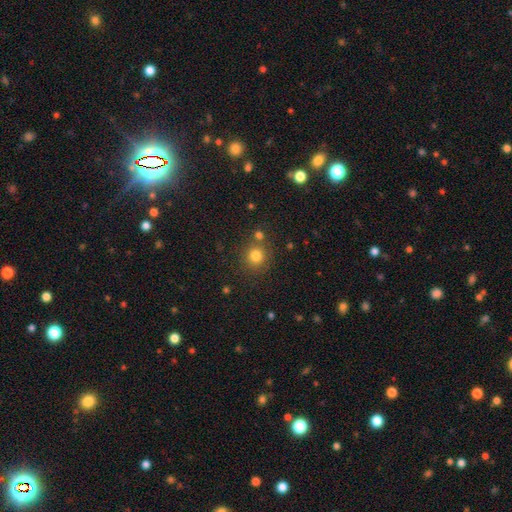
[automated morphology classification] This is likely a smooth galaxy (80%). How rounded: clearly round (90%). Merging: likely none (75%).